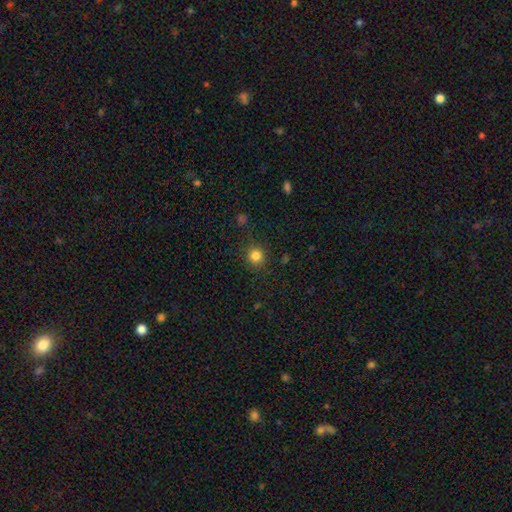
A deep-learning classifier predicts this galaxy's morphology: Smooth or featured? smooth (82%)
How rounded? round (92%)
Merging? none (89%)